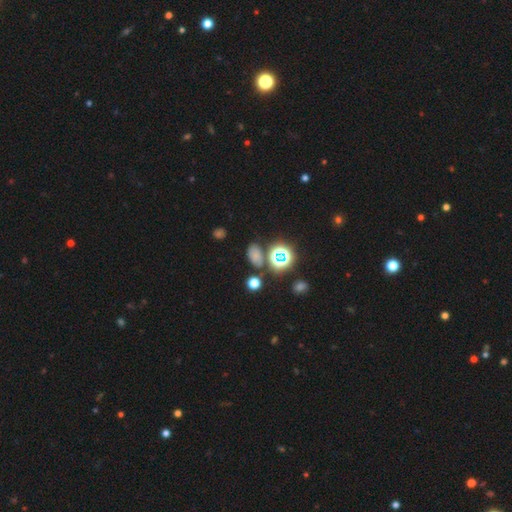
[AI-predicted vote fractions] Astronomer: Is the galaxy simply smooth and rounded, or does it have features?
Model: smooth — 61%.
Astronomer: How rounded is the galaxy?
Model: in between — 78%.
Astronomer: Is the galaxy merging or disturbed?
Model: none — 72%.